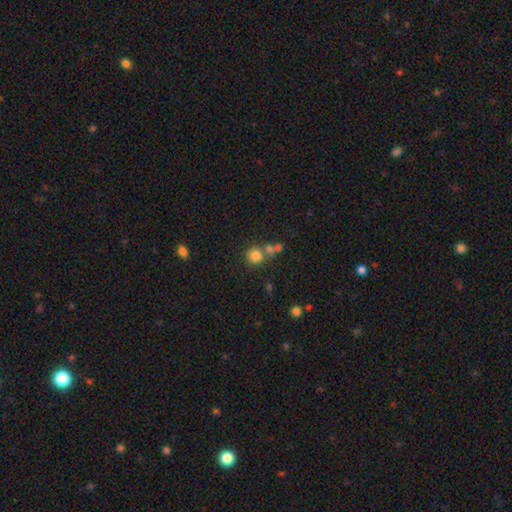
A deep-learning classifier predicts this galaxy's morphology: A smooth galaxy with no disk features (79%) that is round (90%). Merging: none (59%).